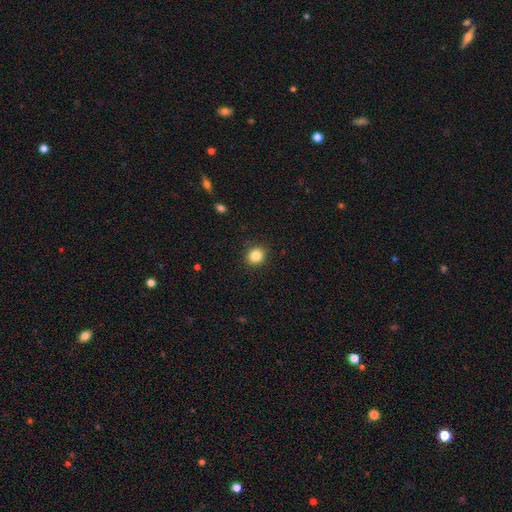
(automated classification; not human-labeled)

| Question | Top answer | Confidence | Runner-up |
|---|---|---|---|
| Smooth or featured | smooth | 85% | star or artifact (10%) |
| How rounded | round | 81% | in between (18%) |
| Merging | none | 90% | minor disturbance (7%) |